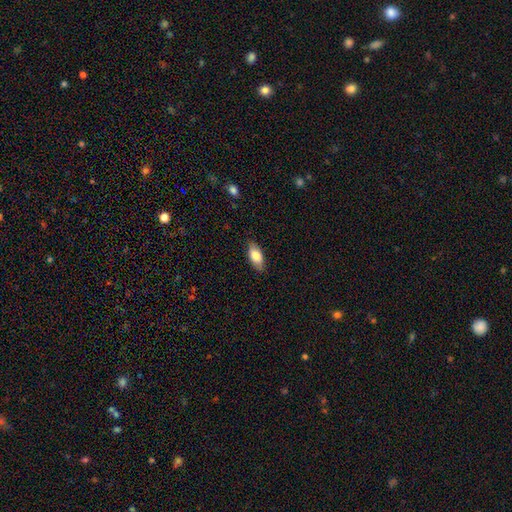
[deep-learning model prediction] smooth-or-featured: smooth: 81% | featured or disk: 12% | star or artifact: 6%
  how-rounded: in between: 88% | cigar-shaped: 9% | round: 3%
  merging: none: 84% | minor disturbance: 12% | major disturbance: 2% | merger: 1%